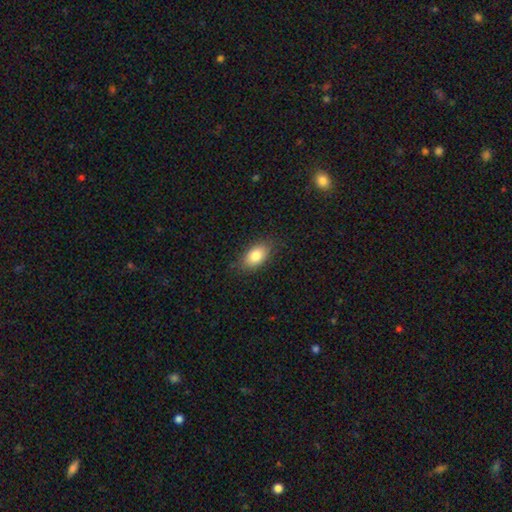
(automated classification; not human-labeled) Morphology: type=smooth (83%); roundness=in between (88%); merging=none (83%).